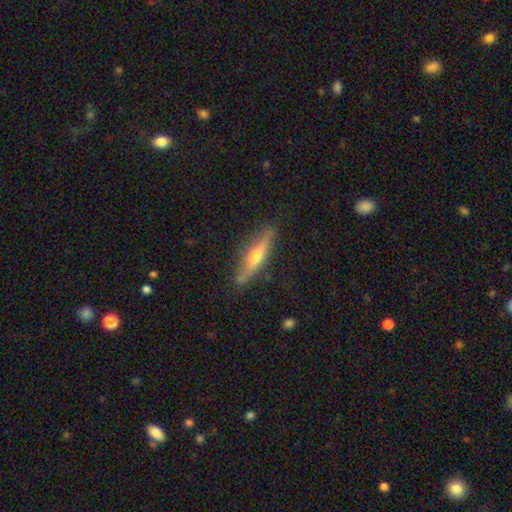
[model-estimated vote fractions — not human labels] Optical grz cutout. It shows a featured or disk galaxy (60%) viewed edge-on (91%) with a rounded central bulge (89%). Merging: none (84%).